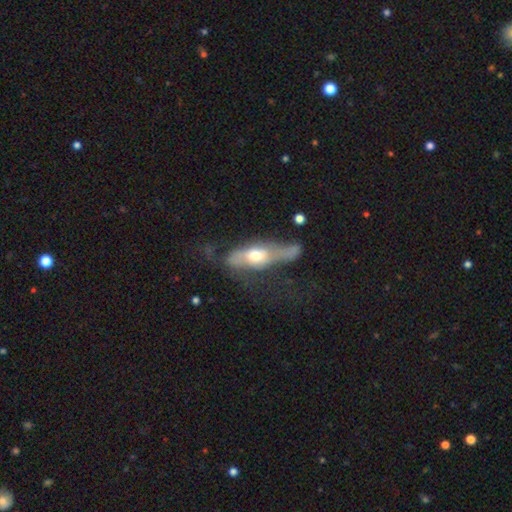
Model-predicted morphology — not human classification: Smooth or featured: featured or disk — 50% (smooth — 42%)
Edge-on disk: no — 62% (yes — 38%)
Merging: major disturbance — 40% (none — 25%)